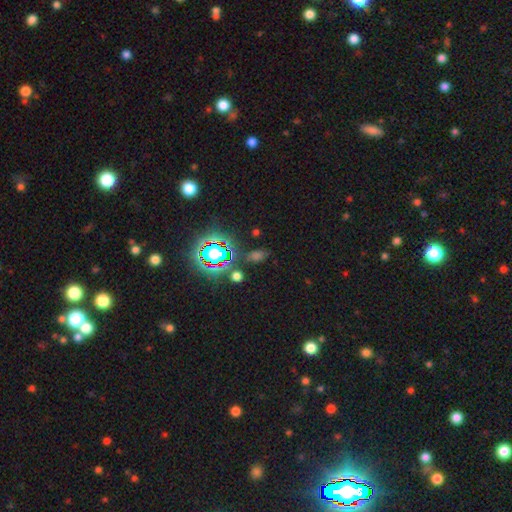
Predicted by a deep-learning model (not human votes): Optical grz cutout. It shows a star or artifact, not a galaxy (53%).